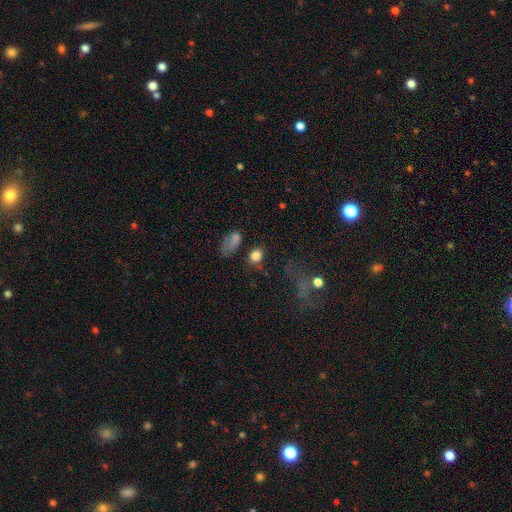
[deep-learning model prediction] Smooth or featured? Predicted: smooth (p=0.80). How rounded? Predicted: round (p=0.50). Merging? Predicted: none (p=0.66).